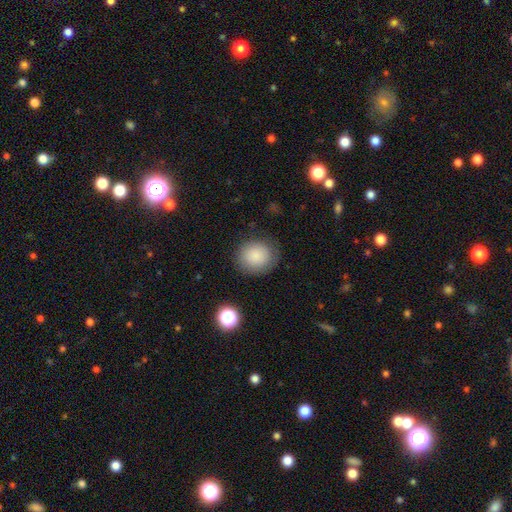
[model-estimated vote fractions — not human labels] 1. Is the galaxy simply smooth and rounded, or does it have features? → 85% smooth, 9% star or artifact, 6% featured or disk.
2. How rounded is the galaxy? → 81% round, 18% in between, 1% cigar-shaped.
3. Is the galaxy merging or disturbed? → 82% none, 12% minor disturbance, 4% major disturbance, 2% merger.